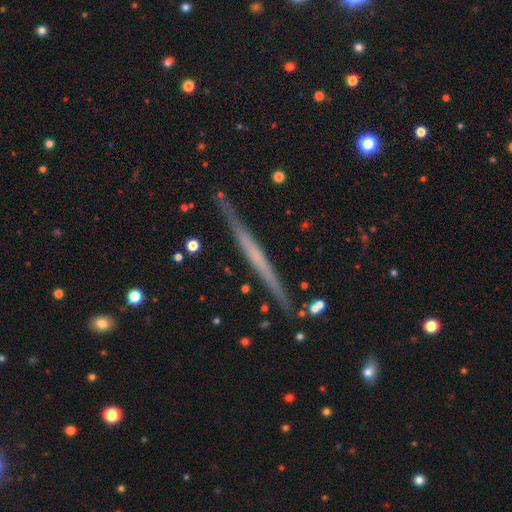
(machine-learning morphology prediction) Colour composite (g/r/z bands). It shows a featured or disk galaxy (67%) viewed edge-on (98%) with no central bulge (82%). Merging: none (89%).